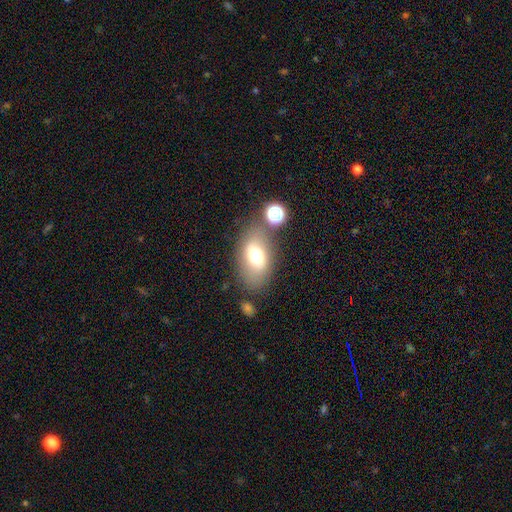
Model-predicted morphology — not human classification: Smooth or featured? Predicted: smooth (p=0.66). How rounded? Predicted: in between (p=0.86). Merging? Predicted: none (p=0.68).